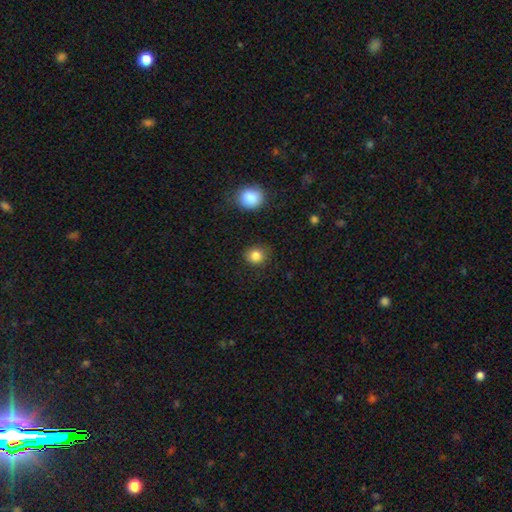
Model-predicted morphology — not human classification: Overall: smooth (84%). How rounded: round (78%). Merging: none (84%).